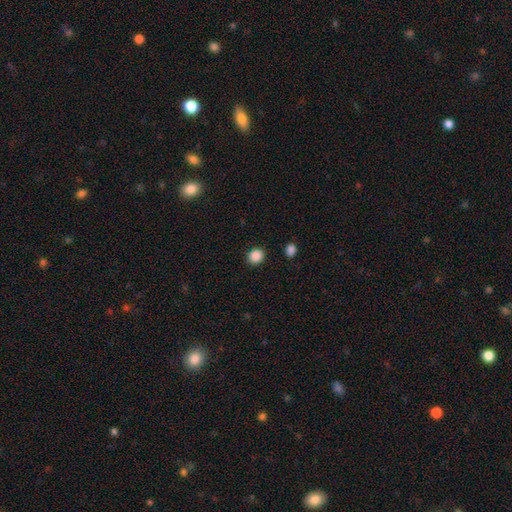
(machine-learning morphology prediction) The model was most divided on "how rounded": round: 81%, in between: 18%, cigar-shaped: 1%. More confident: merging — none (89%); smooth or featured — smooth (88%).